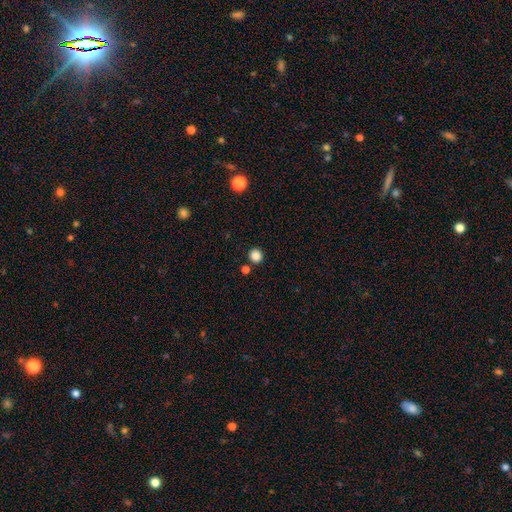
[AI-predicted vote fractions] Morphology: type=smooth (85%); roundness=round (91%); merging=none (85%).